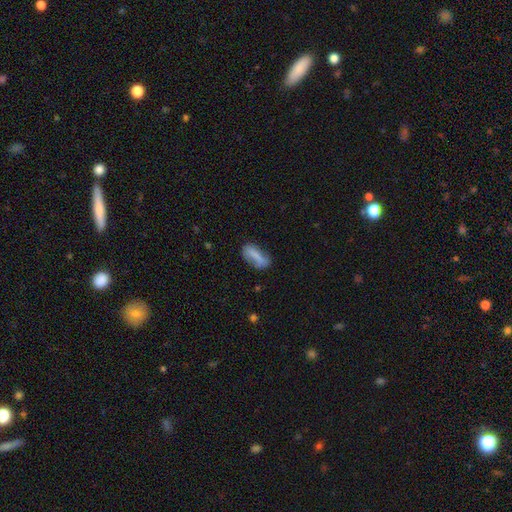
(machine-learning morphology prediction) smooth 71%, featured or disk 21%, star or artifact 8%. Down the decision tree: how rounded — in between (66%); merging — none (63%).